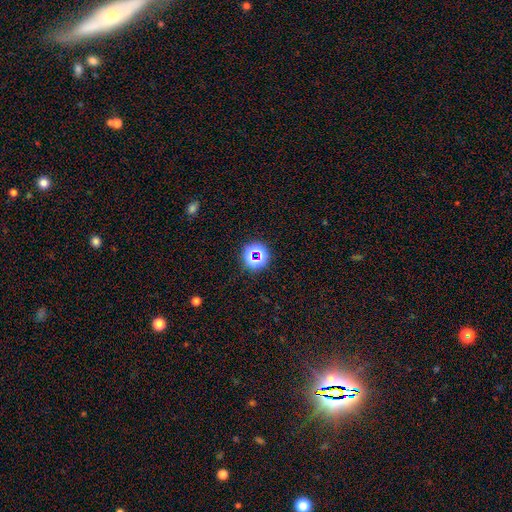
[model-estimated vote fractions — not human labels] Q: Smooth or featured?
A: star or artifact (59%); runner-up: smooth (31%)